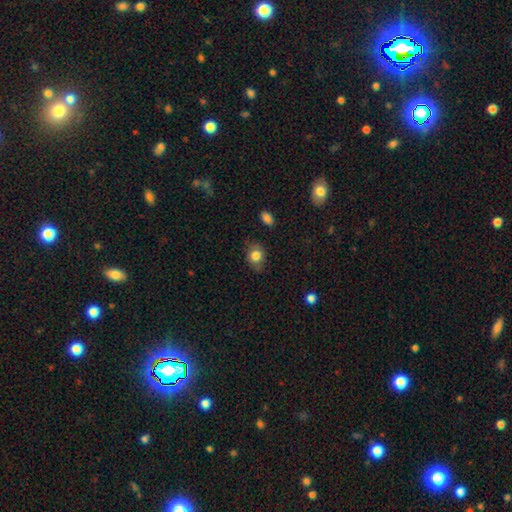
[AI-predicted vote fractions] Morphology: type=smooth (81%); roundness=round (53%); merging=none (72%).